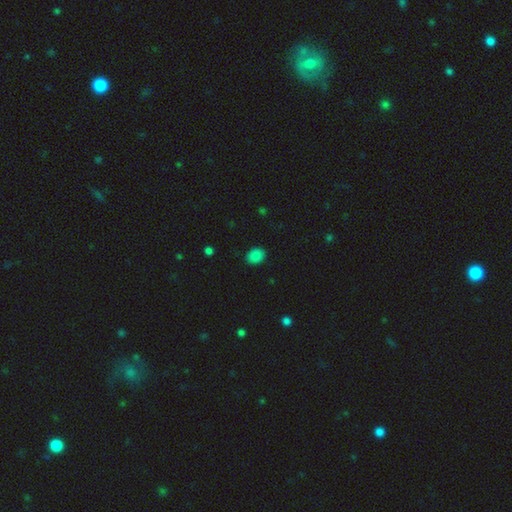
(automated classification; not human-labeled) Smooth or featured?
  - smooth: 85% *
  - star or artifact: 10%
  - featured or disk: 5%
How rounded?
  - in between: 57% *
  - round: 42%
  - cigar-shaped: 1%
Merging?
  - none: 88% *
  - minor disturbance: 9%
  - major disturbance: 2%
  - merger: 1%